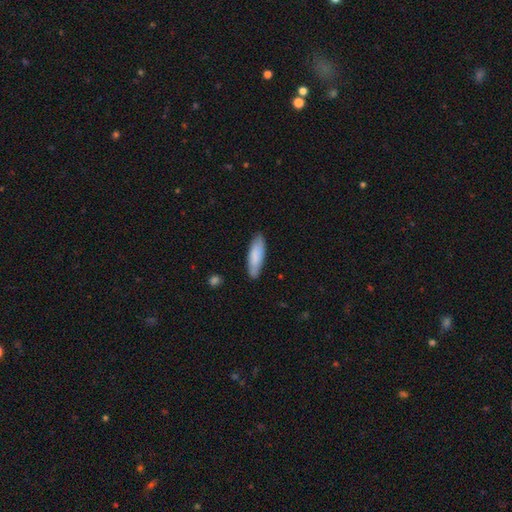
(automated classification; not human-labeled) A smooth galaxy with no disk features (82%) that is cigar-shaped (51%).

Vote fractions:
- Smooth or featured? smooth: 82% / featured or disk: 12% / star or artifact: 5%
- How rounded? cigar-shaped: 51% / in between: 47% / round: 1%
- Merging? none: 83% / minor disturbance: 13% / major disturbance: 2% / merger: 1%